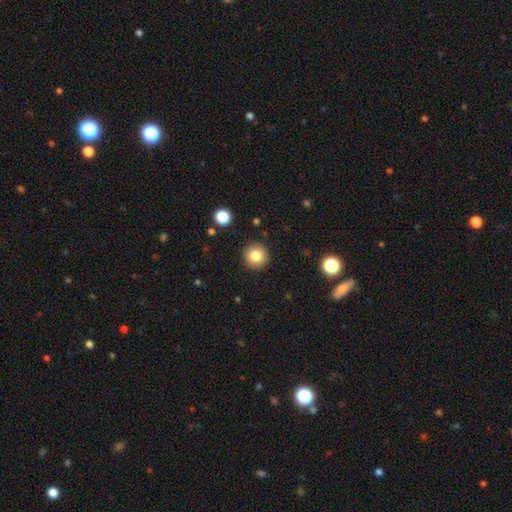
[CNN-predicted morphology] Smooth or featured? smooth (81%)
How rounded? round (96%)
Merging? none (91%)